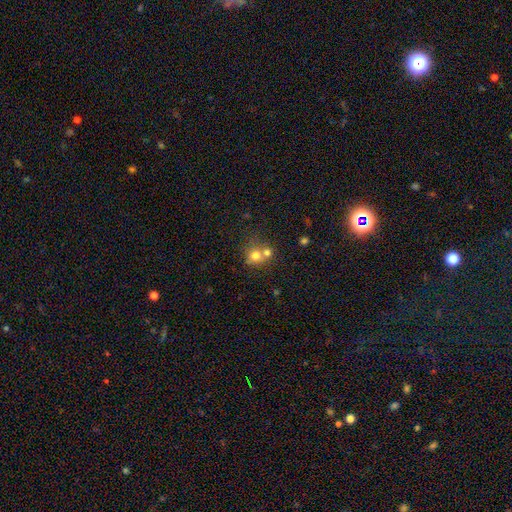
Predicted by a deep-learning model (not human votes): A smooth galaxy with no disk features (72%) that is round (82%). Merging: merger (45%).